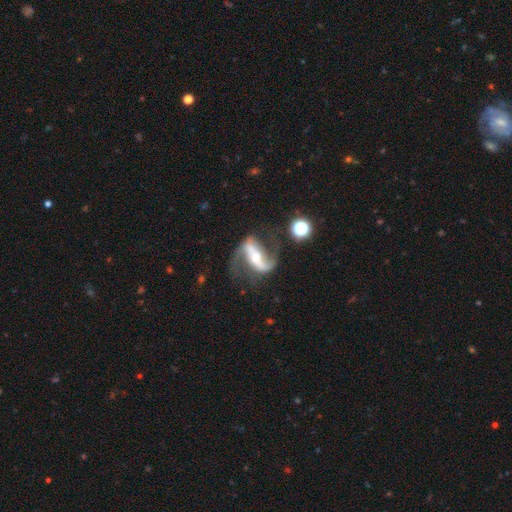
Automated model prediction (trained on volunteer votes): Overall: featured or disk (87%). Edge-on disk: no (93%). Bar: strong (62%). Spiral arms: yes (95%). Spiral arm count: 2 (90%). Spiral winding: loose (64%; medium 29%). Bulge size: moderate (52%; small 39%). Merging: none (65%).